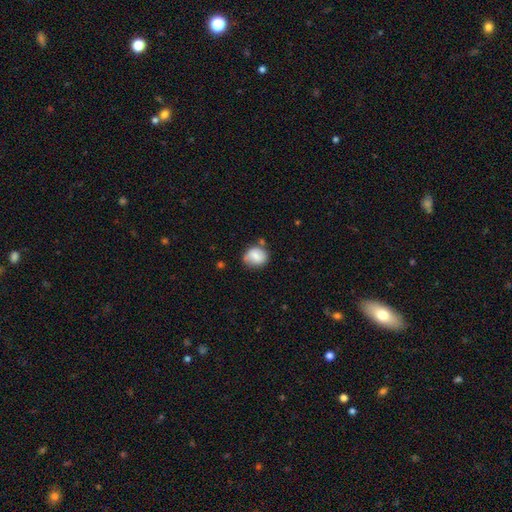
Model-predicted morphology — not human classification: Q: Smooth or featured?
A: smooth (73%); runner-up: featured or disk (19%)
Q: How rounded?
A: round (67%); runner-up: in between (32%)
Q: Merging?
A: none (61%); runner-up: minor disturbance (26%)